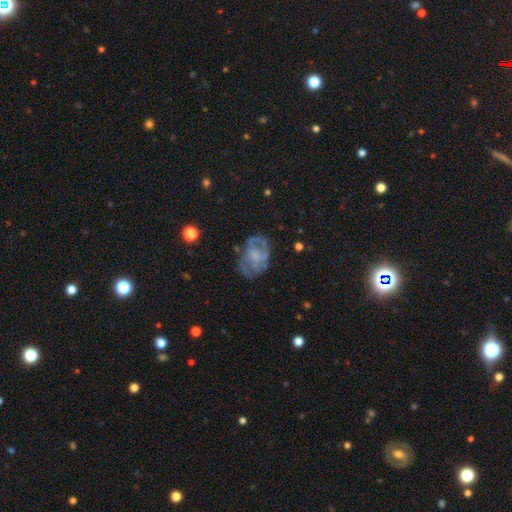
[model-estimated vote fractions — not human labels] A featured or disk galaxy (64%) with no bar (67%), spiral arms (60%) and no central bulge (34%). Merging: none (59%).